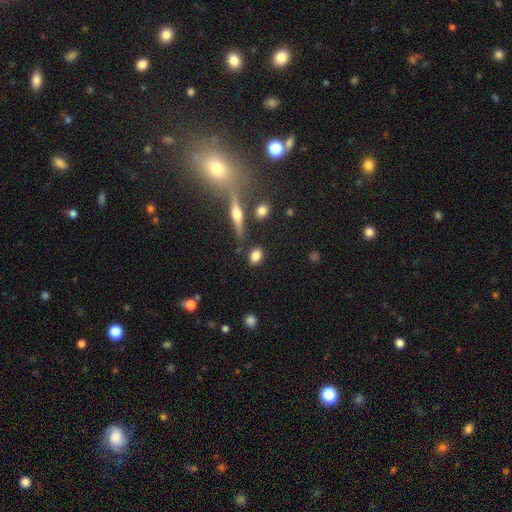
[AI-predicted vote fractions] smooth-or-featured: smooth: 80% | featured or disk: 11% | star or artifact: 9%
  how-rounded: in between: 73% | round: 21% | cigar-shaped: 5%
  merging: none: 80% | minor disturbance: 12% | merger: 5% | major disturbance: 4%